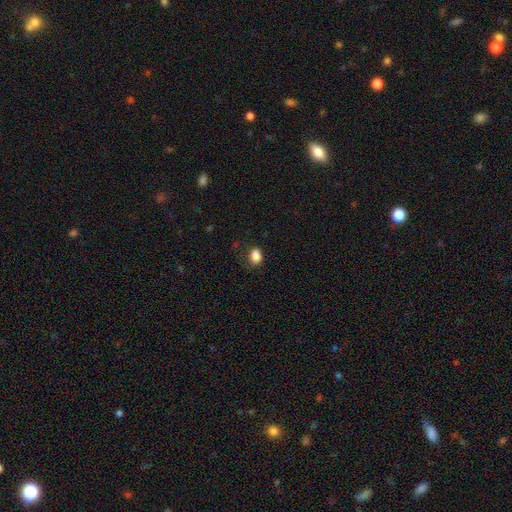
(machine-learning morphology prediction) A smooth galaxy with no disk features (87%) that is in between round and cigar-shaped (71%). Merging: none (76%).